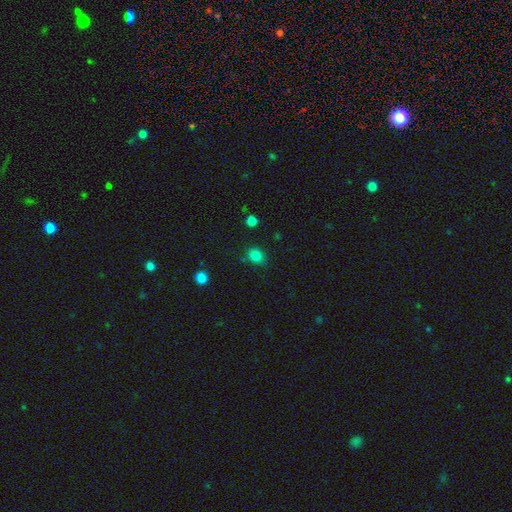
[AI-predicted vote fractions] Smooth or featured: smooth — 83% (star or artifact — 12%)
How rounded: round — 62% (in between — 37%)
Merging: none — 78% (minor disturbance — 15%)